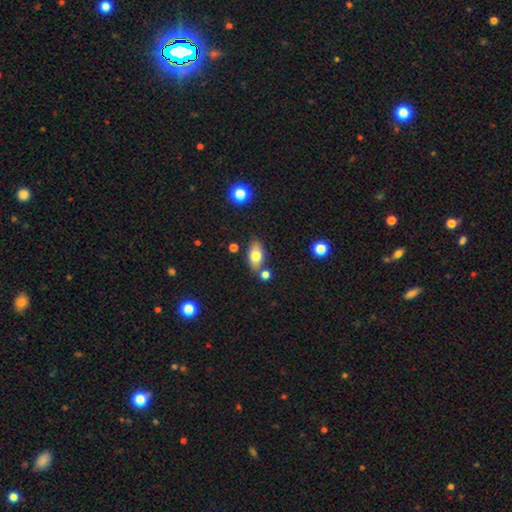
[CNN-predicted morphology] type=smooth (73%); roundness=in between (88%); merging=none (74%).